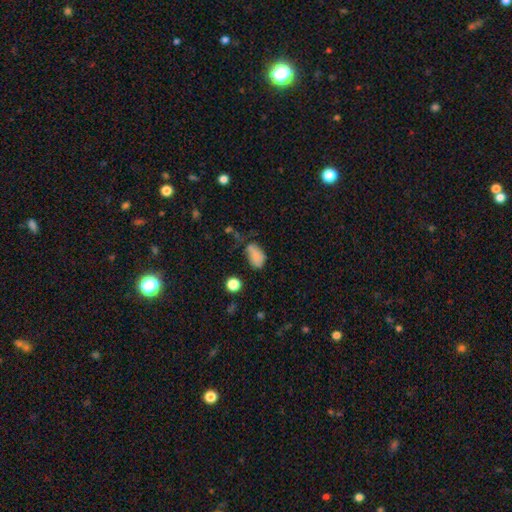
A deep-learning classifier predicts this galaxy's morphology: A smooth galaxy with no disk features (79%) that is in between round and cigar-shaped (89%).

Vote fractions:
- Smooth or featured? smooth: 79% / star or artifact: 11% / featured or disk: 11%
- How rounded? in between: 89% / round: 9% / cigar-shaped: 2%
- Merging? none: 46% / minor disturbance: 35% / major disturbance: 15% / merger: 5%